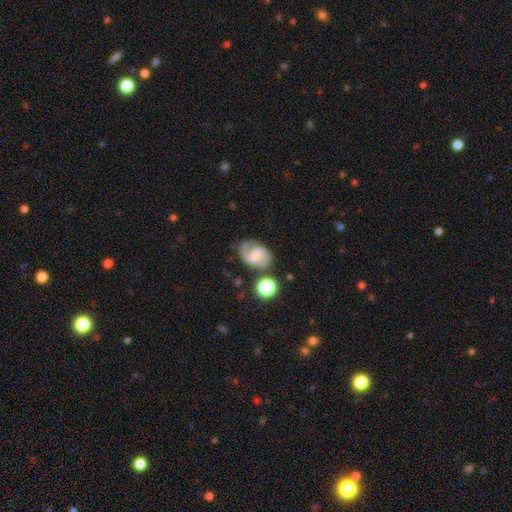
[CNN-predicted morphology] Smooth or featured: featured or disk — 67% (smooth — 24%)
Edge-on disk: no — 97% (yes — 3%)
Bar: no — 46% (weak — 44%)
Spiral arms: yes — 91% (no — 9%)
Spiral winding: medium — 49% (tight — 27%)
Spiral arm count: 2 — 68% (1 — 19%)
Bulge size: small — 47% (moderate — 28%)
Merging: none — 59% (minor disturbance — 21%)